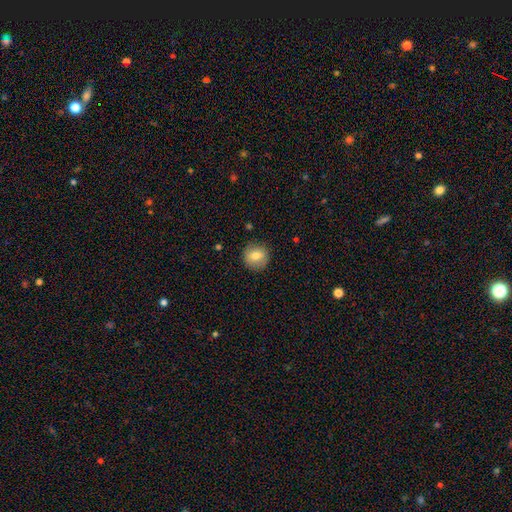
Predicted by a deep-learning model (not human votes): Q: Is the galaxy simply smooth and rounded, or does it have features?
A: smooth — 74%.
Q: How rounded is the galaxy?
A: round — 90%.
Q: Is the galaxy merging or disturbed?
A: none — 88%.